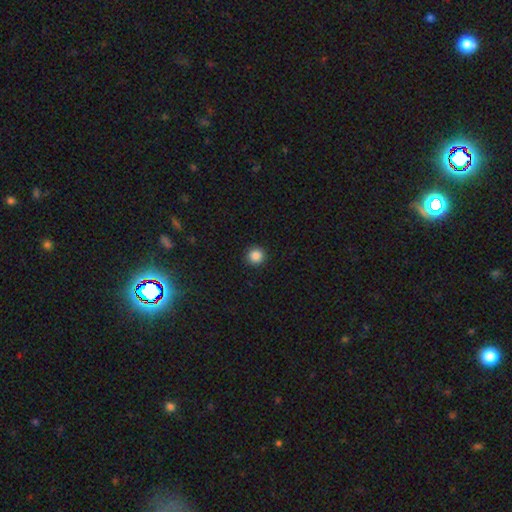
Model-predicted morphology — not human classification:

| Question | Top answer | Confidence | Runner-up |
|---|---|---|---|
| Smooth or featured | smooth | 86% | star or artifact (11%) |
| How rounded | round | 96% | in between (3%) |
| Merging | none | 93% | minor disturbance (4%) |